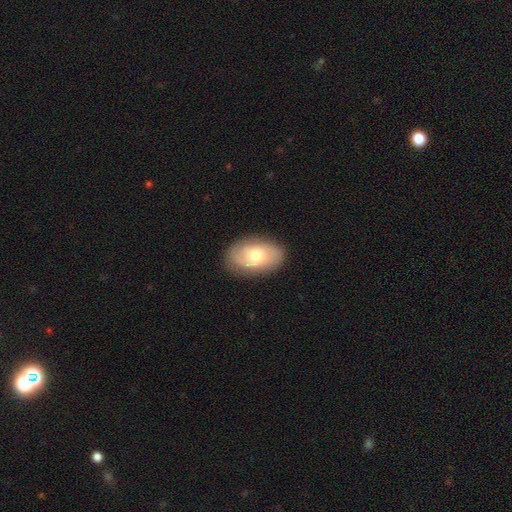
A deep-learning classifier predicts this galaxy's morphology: type=smooth (48%); merging=none (83%).